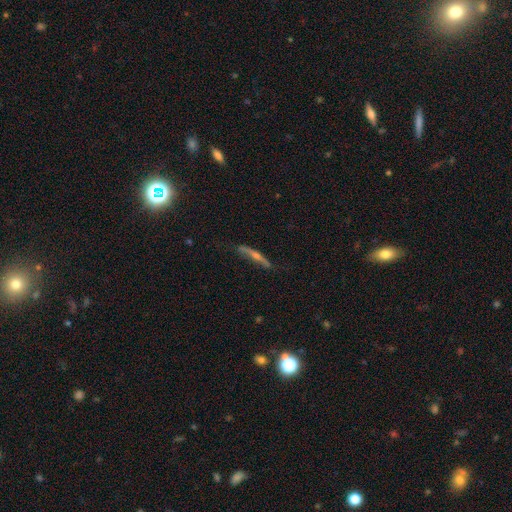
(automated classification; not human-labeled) Q: Smooth or featured?
A: featured or disk (47%); runner-up: smooth (27%)
Q: Merging?
A: none (78%); runner-up: minor disturbance (12%)